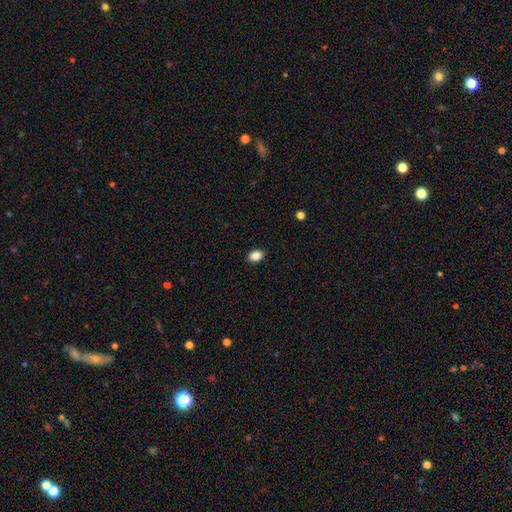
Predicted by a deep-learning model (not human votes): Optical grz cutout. It shows a smooth galaxy with no disk features (86%) that is in between round and cigar-shaped (73%). Merging: none (89%).